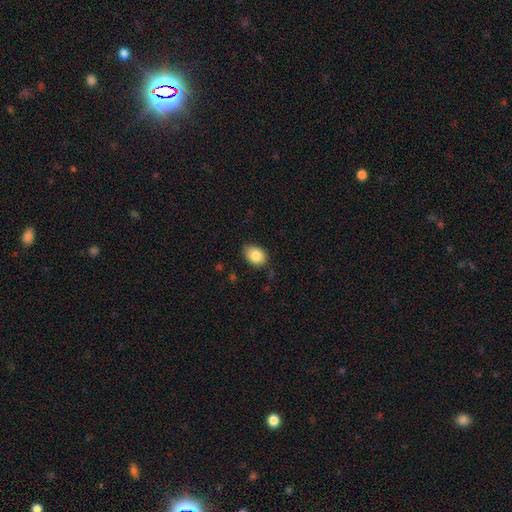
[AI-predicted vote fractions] smooth-or-featured: smooth: 84% | star or artifact: 8% | featured or disk: 8%
  how-rounded: in between: 74% | round: 25% | cigar-shaped: 1%
  merging: none: 74% | minor disturbance: 22% | major disturbance: 3% | merger: 1%